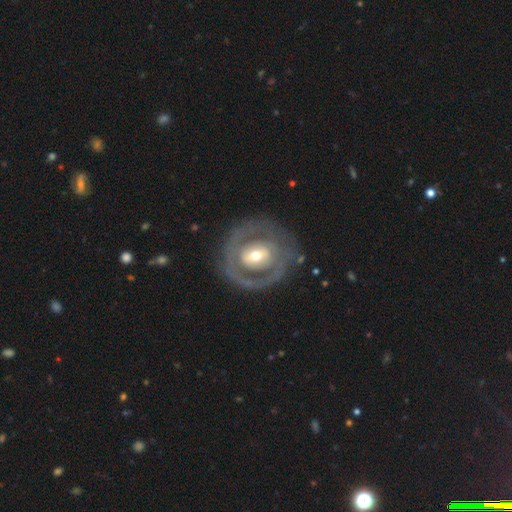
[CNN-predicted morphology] This appears to be a featured or disk galaxy (73%) with no bar (40%), spiral arms (51%) and a moderate central bulge (63%). Merging: none (74%).